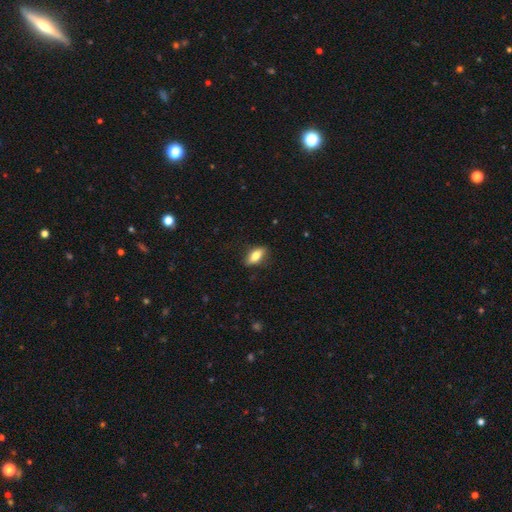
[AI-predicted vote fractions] Morphology: type=smooth (73%); roundness=in between (79%); merging=none (82%).